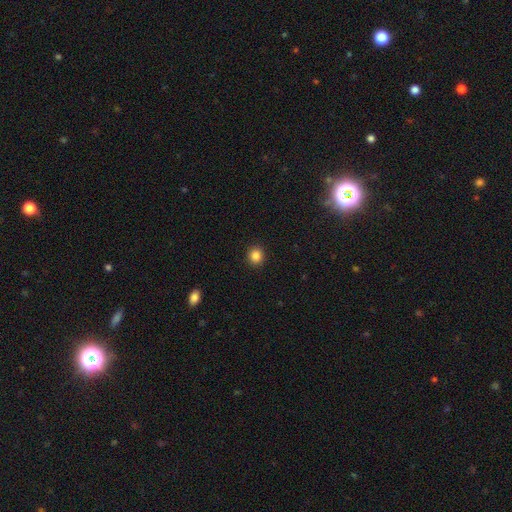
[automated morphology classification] This appears to be a smooth galaxy with no disk features (85%) that is round (90%). Merging: none (93%).